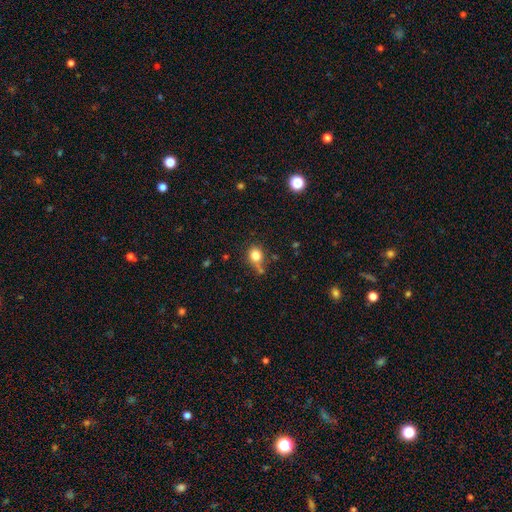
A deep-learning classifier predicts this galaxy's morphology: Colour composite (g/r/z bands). It shows a smooth galaxy with no disk features (81%) that is round (71%). Merging: none (60%).